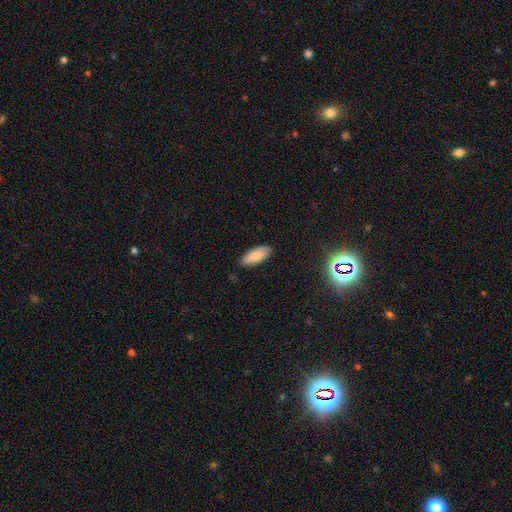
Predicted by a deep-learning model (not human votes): A smooth galaxy with no disk features (81%) that is in between round and cigar-shaped (80%).

Vote fractions:
- Smooth or featured? smooth: 81% / featured or disk: 12% / star or artifact: 7%
- How rounded? in between: 80% / cigar-shaped: 18% / round: 2%
- Merging? none: 87% / minor disturbance: 10% / major disturbance: 2% / merger: 1%